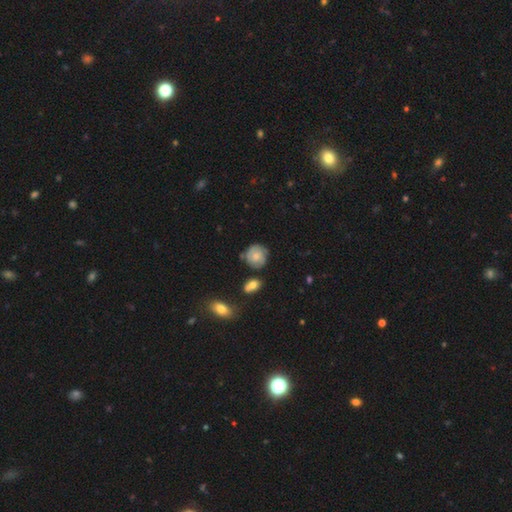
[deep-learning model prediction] smooth 47%, featured or disk 45%, star or artifact 8%. Down the decision tree: merging — none (67%).